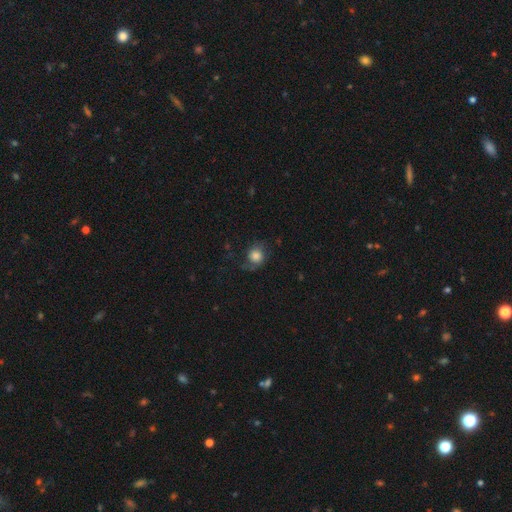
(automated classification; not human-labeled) smooth_or_featured: smooth (p=0.73) [alt: featured or disk p=0.18]
how_rounded: round (p=0.79) [alt: in between p=0.20]
merging: none (p=0.57) [alt: minor disturbance p=0.24]